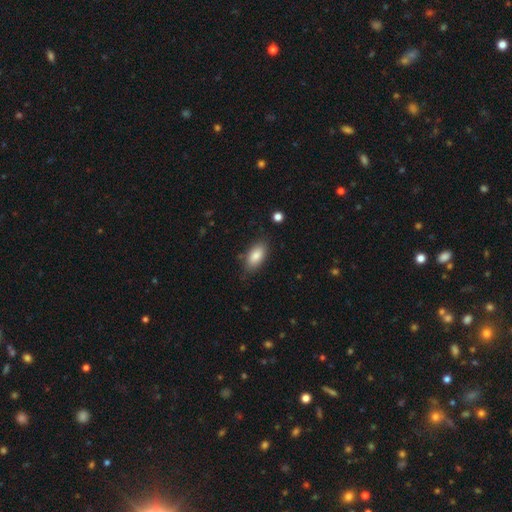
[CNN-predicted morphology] This is clearly a smooth galaxy (84%). How rounded: clearly in between (91%). Merging: likely none (80%).